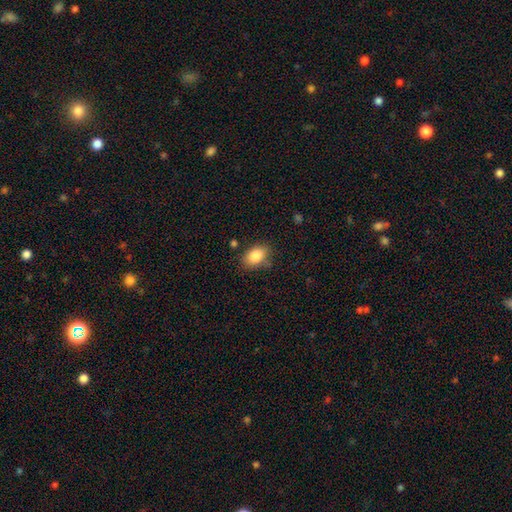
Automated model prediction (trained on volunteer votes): Smooth or featured? smooth (87%)
How rounded? in between (85%)
Merging? none (77%)